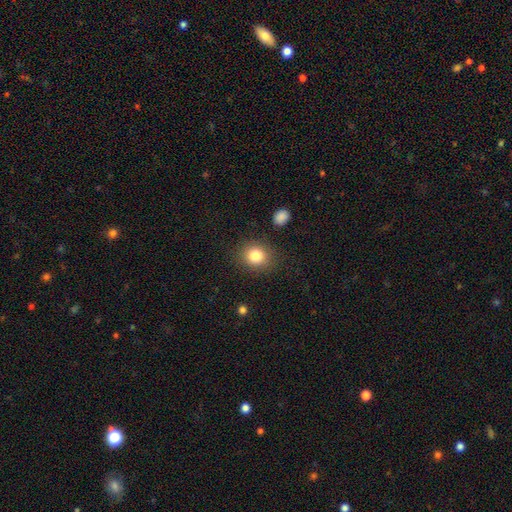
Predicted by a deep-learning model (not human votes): smooth_or_featured: smooth (p=0.83) [alt: star or artifact p=0.11]
how_rounded: round (p=0.74) [alt: in between p=0.25]
merging: none (p=0.85) [alt: minor disturbance p=0.09]